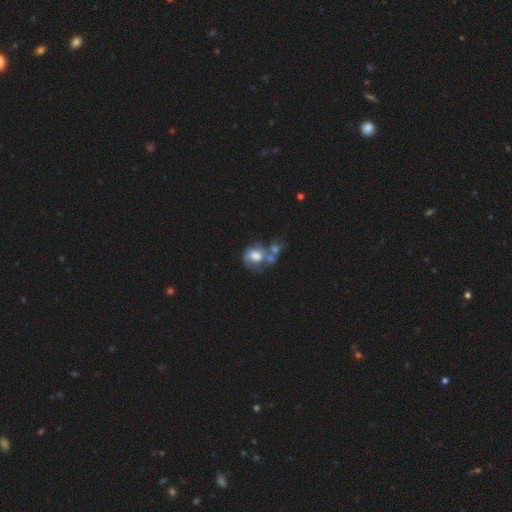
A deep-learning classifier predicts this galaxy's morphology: A featured or disk galaxy (46%).

Vote fractions:
- Smooth or featured? featured or disk: 46% / smooth: 45% / star or artifact: 9%
- Merging? merger: 45% / none: 22% / major disturbance: 18% / minor disturbance: 14%